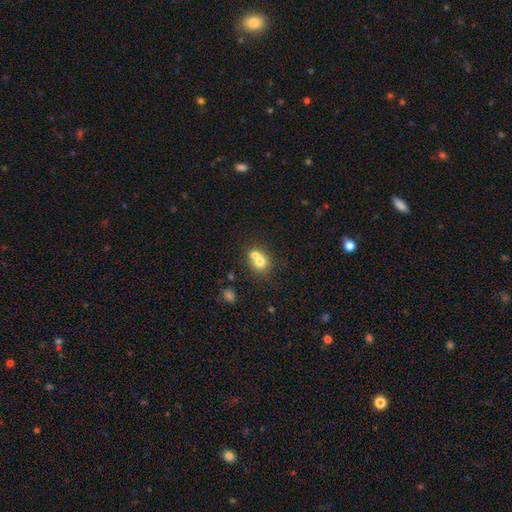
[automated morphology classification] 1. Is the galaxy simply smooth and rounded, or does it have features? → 69% smooth, 20% featured or disk, 11% star or artifact.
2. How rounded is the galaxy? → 71% round, 28% in between, 1% cigar-shaped.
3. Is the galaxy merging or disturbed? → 62% merger, 29% none, 6% minor disturbance, 3% major disturbance.